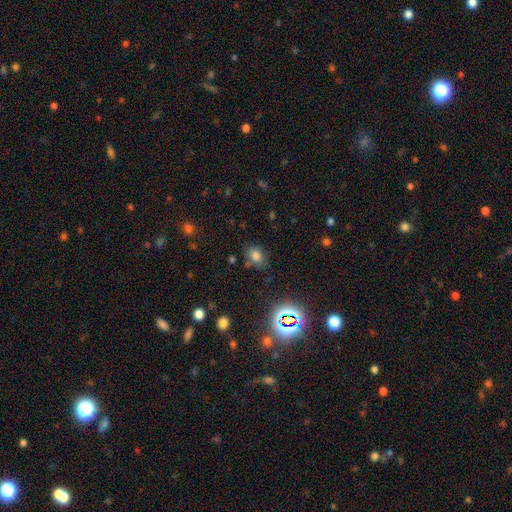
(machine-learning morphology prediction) Smooth or featured?
  - smooth: 71% *
  - star or artifact: 20%
  - featured or disk: 9%
How rounded?
  - in between: 63% *
  - round: 36%
  - cigar-shaped: 1%
Merging?
  - none: 74% *
  - minor disturbance: 16%
  - merger: 5%
  - major disturbance: 5%